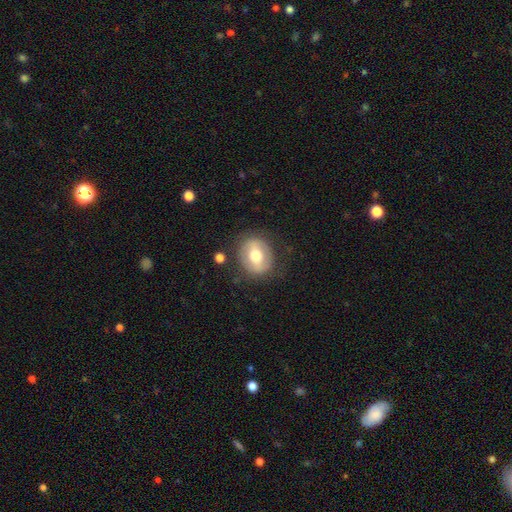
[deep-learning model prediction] smooth-or-featured: smooth: 49% | featured or disk: 44% | star or artifact: 7%
  merging: none: 81% | minor disturbance: 12% | major disturbance: 5% | merger: 2%